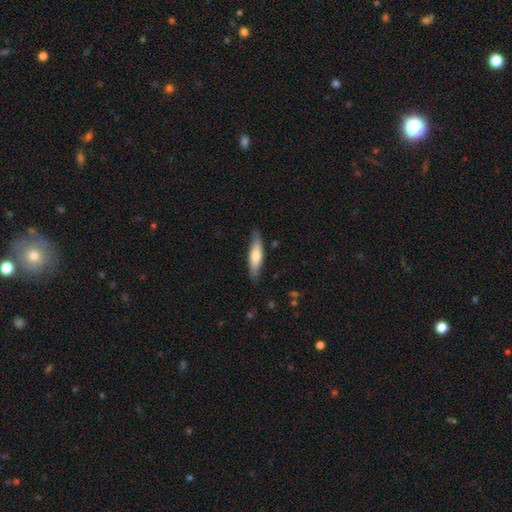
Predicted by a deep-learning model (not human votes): Smooth or featured? Predicted: smooth (p=0.65). How rounded? Predicted: cigar-shaped (p=0.69). Merging? Predicted: none (p=0.82).